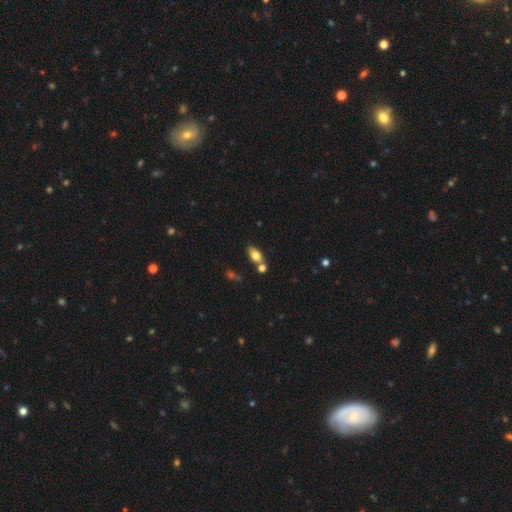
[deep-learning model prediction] Smooth or featured?
  - smooth: 79% *
  - featured or disk: 12%
  - star or artifact: 9%
How rounded?
  - in between: 88% *
  - round: 8%
  - cigar-shaped: 4%
Merging?
  - none: 63% *
  - merger: 21%
  - minor disturbance: 12%
  - major disturbance: 4%